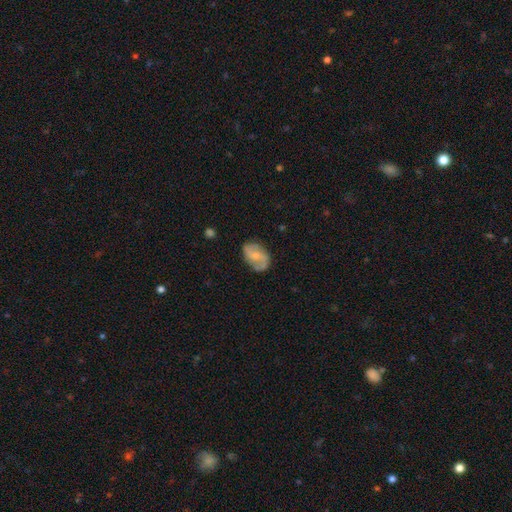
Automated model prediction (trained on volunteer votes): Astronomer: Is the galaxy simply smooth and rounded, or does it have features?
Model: featured or disk — 64%.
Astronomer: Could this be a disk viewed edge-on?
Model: no — 97%.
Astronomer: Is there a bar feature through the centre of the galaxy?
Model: no — 46% (runner-up: weak, 44%).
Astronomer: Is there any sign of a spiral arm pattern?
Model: yes — 88%.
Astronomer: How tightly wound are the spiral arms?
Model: loose — 42%, tied with medium at 42%.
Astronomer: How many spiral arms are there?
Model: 2 — 85%.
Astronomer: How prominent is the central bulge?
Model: small — 51% (runner-up: moderate, 33%).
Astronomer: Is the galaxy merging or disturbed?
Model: none — 69%.